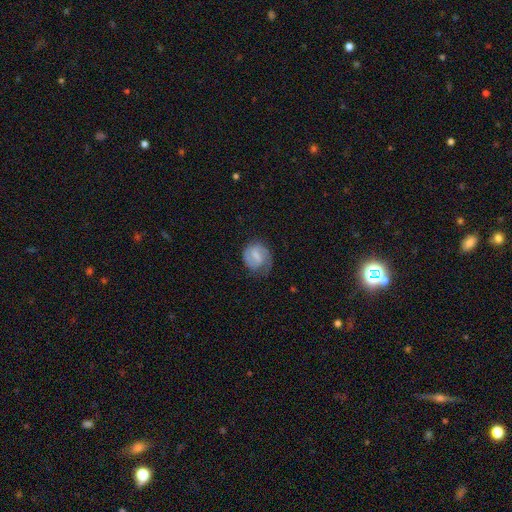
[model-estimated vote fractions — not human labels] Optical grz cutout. It shows a featured or disk galaxy (58%) with a weak bar (53%), spiral arms (84%) and a small central bulge (34%). Merging: none (60%).